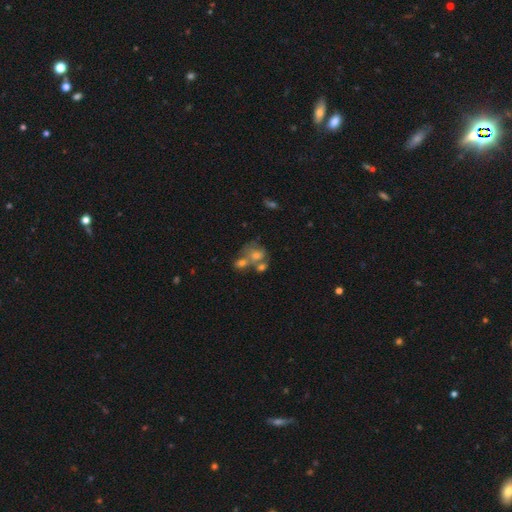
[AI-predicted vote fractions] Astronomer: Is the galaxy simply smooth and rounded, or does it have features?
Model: smooth — 40% (runner-up: featured or disk, 39%).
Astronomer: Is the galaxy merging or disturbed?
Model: merger — 46% (runner-up: none, 34%).